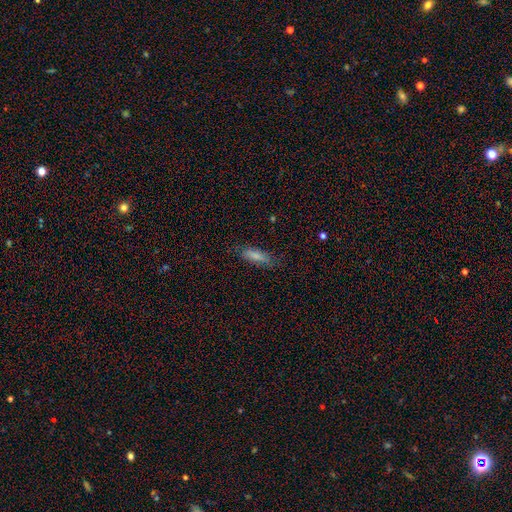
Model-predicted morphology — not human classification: smooth-or-featured: smooth: 79% | featured or disk: 13% | star or artifact: 7%
  how-rounded: in between: 55% | cigar-shaped: 43% | round: 2%
  merging: none: 75% | minor disturbance: 19% | major disturbance: 5% | merger: 1%